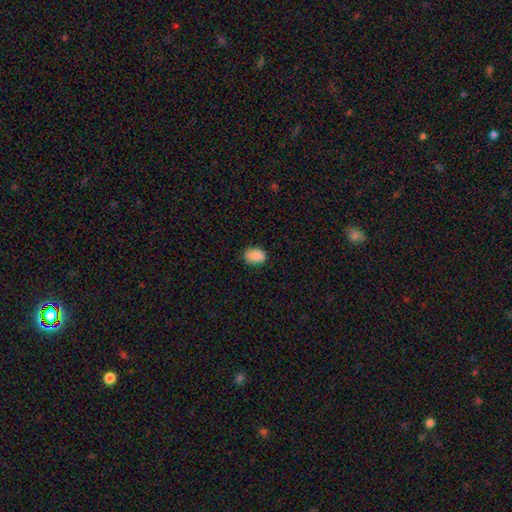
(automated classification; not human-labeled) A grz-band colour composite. It shows a smooth galaxy with no disk features (89%) that is in between round and cigar-shaped (80%). Merging: none (79%).